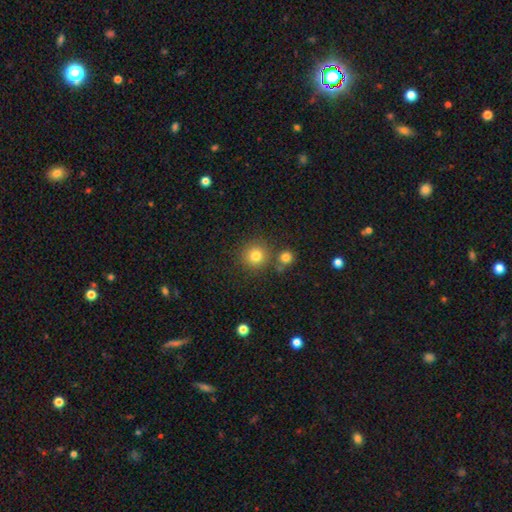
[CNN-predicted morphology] Smooth or featured?
  - smooth: 80% *
  - star or artifact: 13%
  - featured or disk: 7%
How rounded?
  - round: 93% *
  - in between: 6%
  - cigar-shaped: 1%
Merging?
  - none: 80% *
  - merger: 10%
  - minor disturbance: 7%
  - major disturbance: 3%